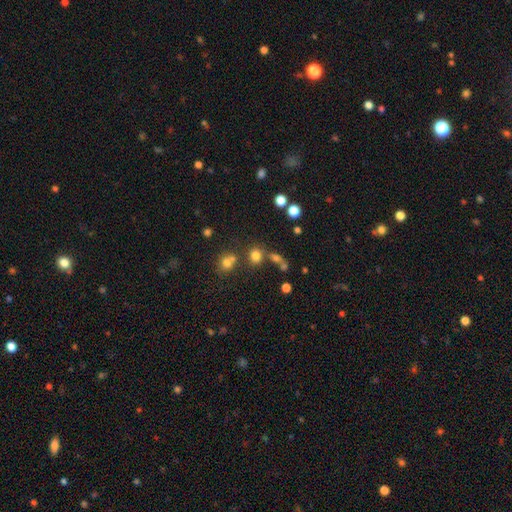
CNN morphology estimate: smooth 74%, star or artifact 18%, featured or disk 8%. Down the decision tree: how rounded — round (78%); merging — none (62%).